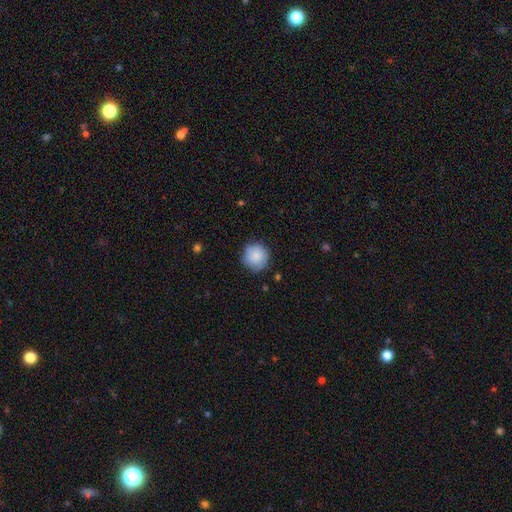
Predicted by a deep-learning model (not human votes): A smooth galaxy with no disk features (85%) that is round (93%). Merging: none (81%).